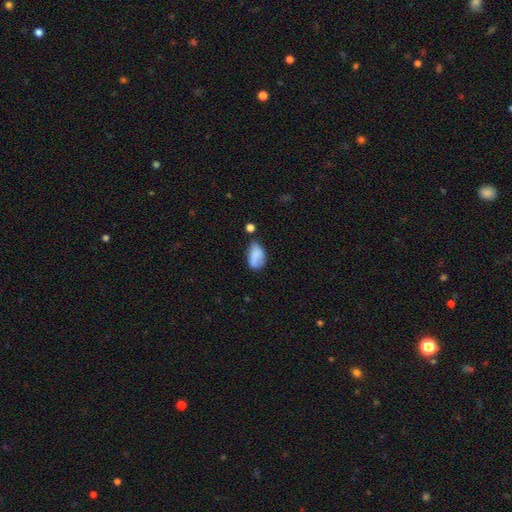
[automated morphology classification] Smooth or featured: smooth — 78% (featured or disk — 14%)
How rounded: in between — 90% (round — 7%)
Merging: none — 48% (minor disturbance — 29%)